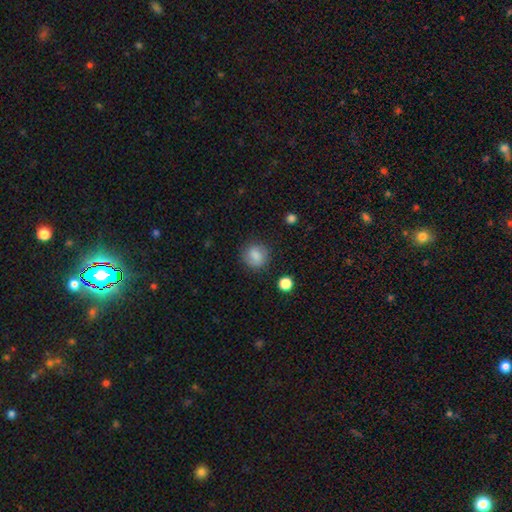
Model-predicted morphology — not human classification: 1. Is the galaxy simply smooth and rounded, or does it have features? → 81% smooth, 10% featured or disk, 9% star or artifact.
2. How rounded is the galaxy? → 80% round, 19% in between, 1% cigar-shaped.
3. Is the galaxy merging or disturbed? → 81% none, 13% minor disturbance, 4% major disturbance, 2% merger.